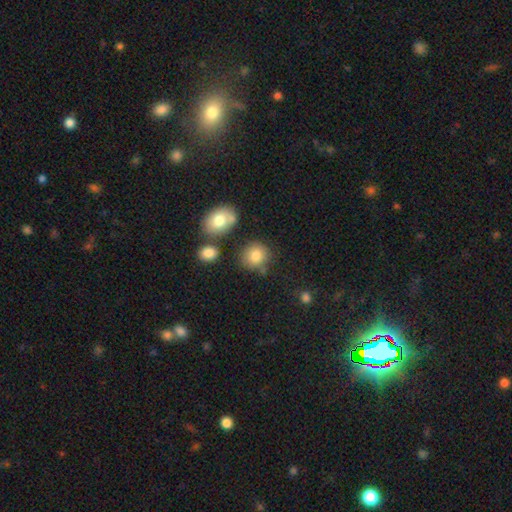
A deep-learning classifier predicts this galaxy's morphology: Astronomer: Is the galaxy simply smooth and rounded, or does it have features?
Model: smooth — 83%.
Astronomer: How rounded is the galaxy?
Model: round — 76%.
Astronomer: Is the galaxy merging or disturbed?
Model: none — 74%.